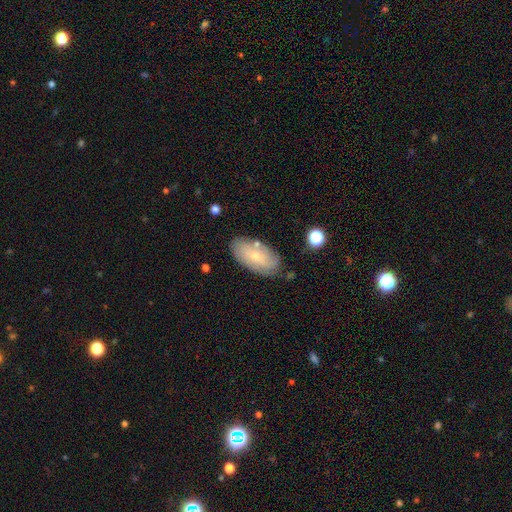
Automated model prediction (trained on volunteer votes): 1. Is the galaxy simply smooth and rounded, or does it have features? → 55% smooth, 38% featured or disk, 7% star or artifact.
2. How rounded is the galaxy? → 92% in between, 5% cigar-shaped, 3% round.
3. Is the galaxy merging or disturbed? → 75% none, 17% minor disturbance, 4% merger, 4% major disturbance.